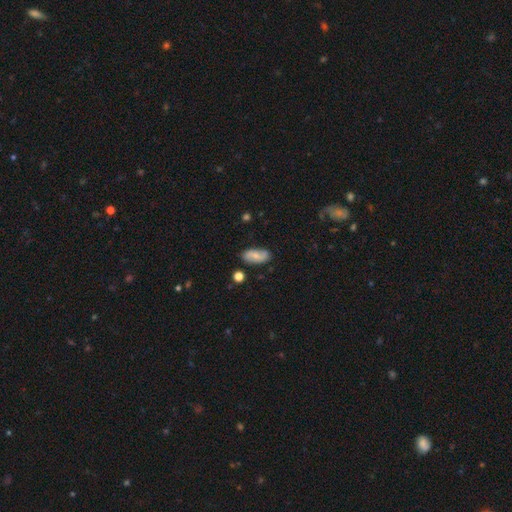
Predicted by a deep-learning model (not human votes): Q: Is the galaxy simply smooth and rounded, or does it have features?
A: smooth — 55%.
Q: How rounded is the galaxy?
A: in between — 90%.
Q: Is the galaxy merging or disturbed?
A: none — 77%.